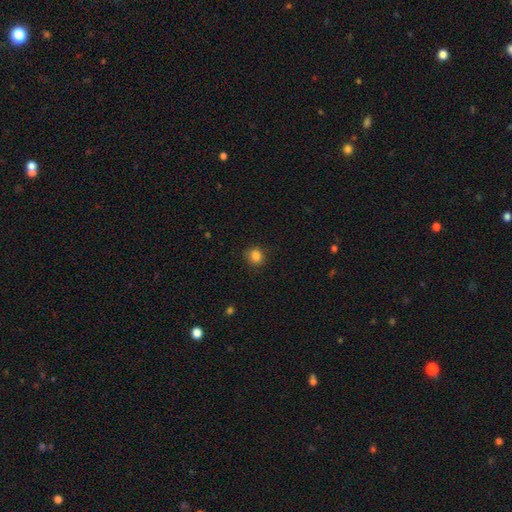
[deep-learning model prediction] Morphology: type=smooth (86%); roundness=round (79%); merging=none (84%).